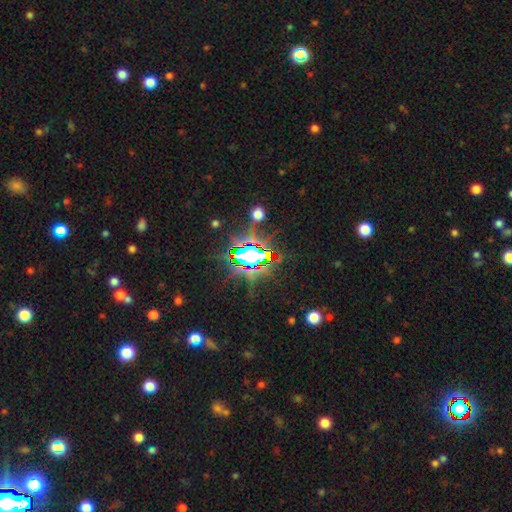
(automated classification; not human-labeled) Smooth or featured: star or artifact — 76% (smooth — 13%)